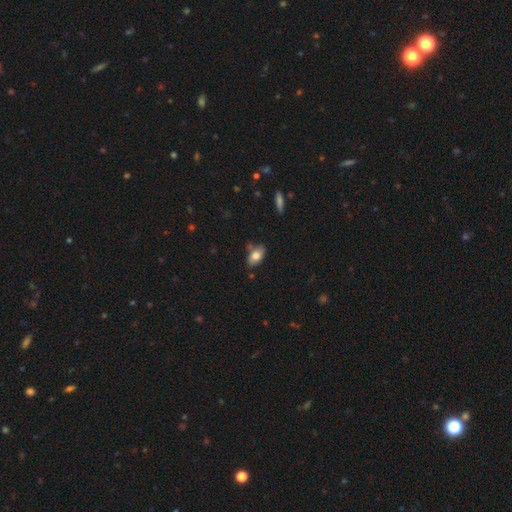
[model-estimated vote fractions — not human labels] This is likely a smooth galaxy (78%). How rounded: clearly in between (90%). Merging: likely none (70%).